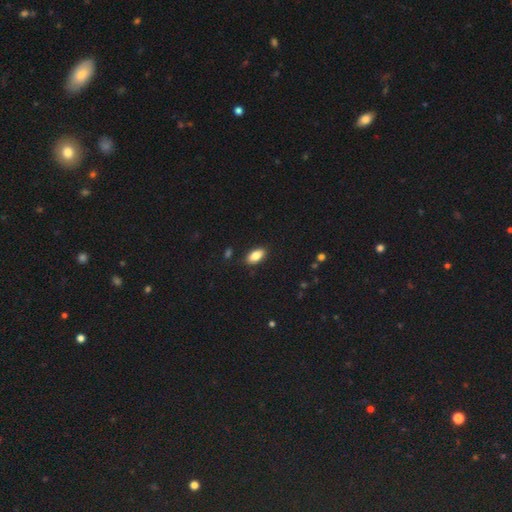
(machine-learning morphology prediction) smooth 84%, featured or disk 9%, star or artifact 8%. Down the decision tree: how rounded — in between (91%); merging — none (88%).